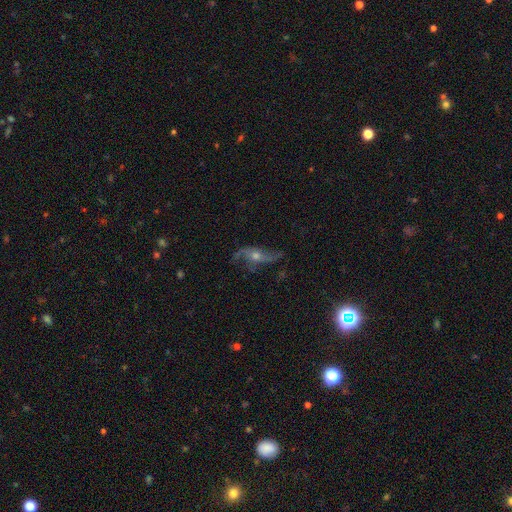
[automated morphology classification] smooth_or_featured: featured or disk (p=0.78) [alt: smooth p=0.12]
disk_edge_on: no (p=0.84) [alt: yes p=0.16]
bar: no (p=0.66) [alt: weak p=0.23]
has_spiral_arms: yes (p=0.91) [alt: no p=0.09]
spiral_winding: loose (p=0.83) [alt: medium p=0.13]
spiral_arm_count: 2 (p=0.86) [alt: can't tell p=0.05]
bulge_size: moderate (p=0.55) [alt: small p=0.37]
merging: none (p=0.64) [alt: minor disturbance p=0.19]